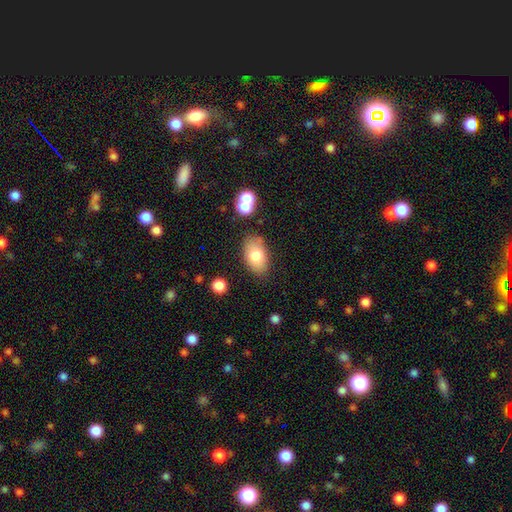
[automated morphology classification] Overall: smooth (76%). How rounded: in between (91%). Merging: none (77%).